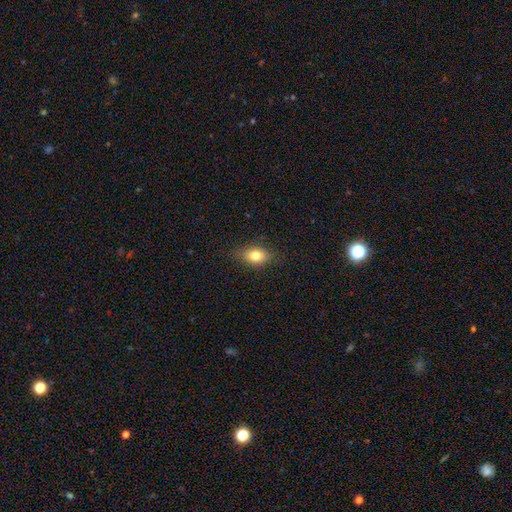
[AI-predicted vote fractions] Q: Smooth or featured?
A: smooth (79%); runner-up: featured or disk (11%)
Q: How rounded?
A: in between (78%); runner-up: round (19%)
Q: Merging?
A: none (85%); runner-up: minor disturbance (11%)